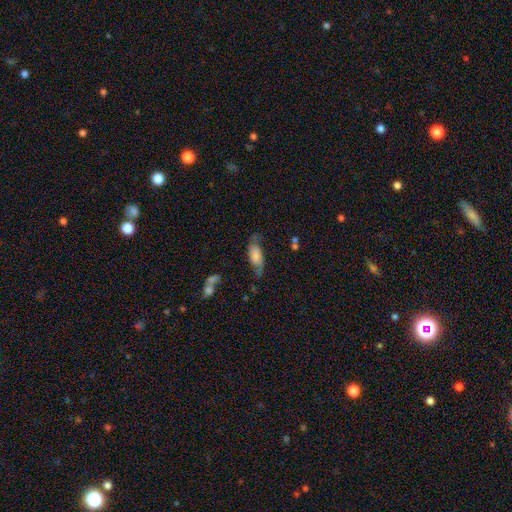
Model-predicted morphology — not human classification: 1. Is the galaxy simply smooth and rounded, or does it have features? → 57% smooth, 35% featured or disk, 8% star or artifact.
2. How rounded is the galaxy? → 79% in between, 18% cigar-shaped, 3% round.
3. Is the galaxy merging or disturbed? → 56% none, 27% minor disturbance, 13% major disturbance, 4% merger.